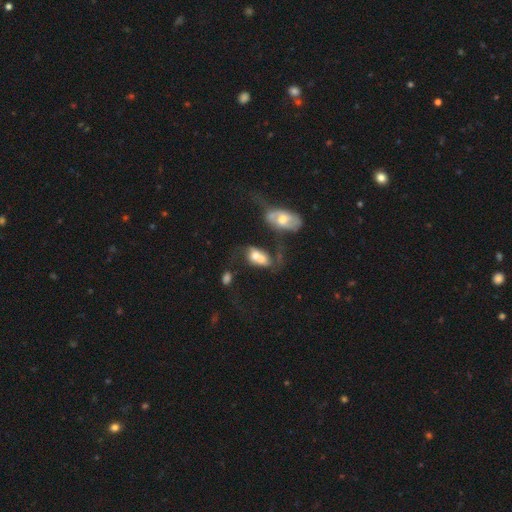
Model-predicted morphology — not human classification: smooth-or-featured: smooth: 52% | featured or disk: 37% | star or artifact: 11%
  how-rounded: in between: 82% | round: 15% | cigar-shaped: 3%
  merging: merger: 58% | none: 16% | major disturbance: 15% | minor disturbance: 11%